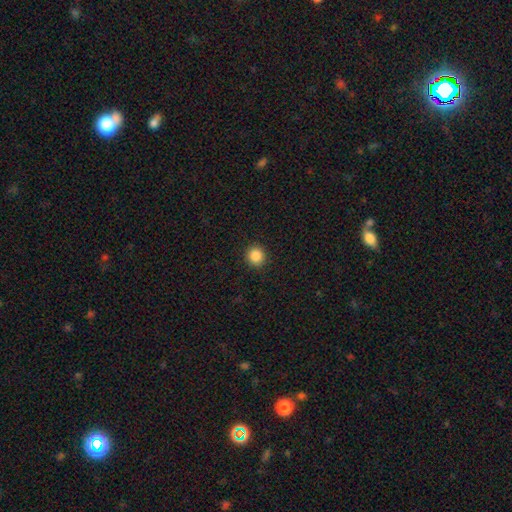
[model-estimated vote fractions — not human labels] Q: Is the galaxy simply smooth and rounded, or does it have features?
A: smooth — 86%.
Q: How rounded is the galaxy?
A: round — 91%.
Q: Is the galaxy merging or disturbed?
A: none — 92%.